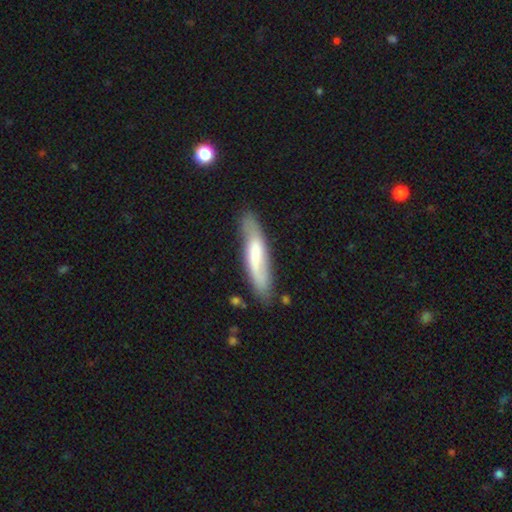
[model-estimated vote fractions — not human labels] smooth 58%, featured or disk 36%, star or artifact 6%. Down the decision tree: how rounded — cigar-shaped (77%); merging — none (75%).